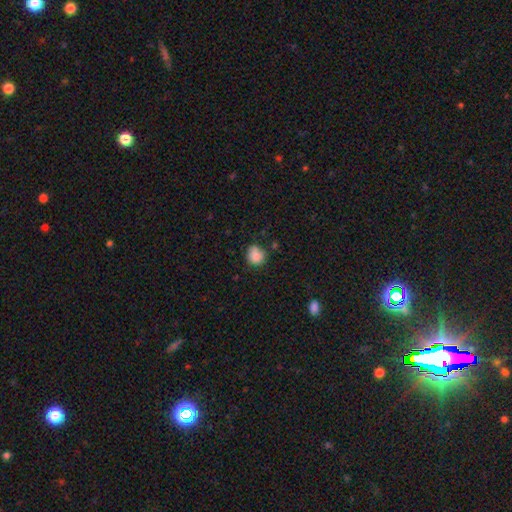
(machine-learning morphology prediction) The model was most divided on "merging": none: 62%, minor disturbance: 26%, major disturbance: 6%, merger: 6%. More confident: smooth or featured — smooth (85%); how rounded — round (77%).